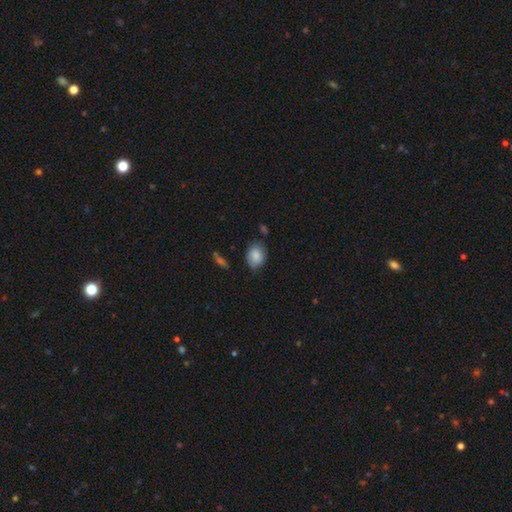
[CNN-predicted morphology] type=smooth (84%); roundness=in between (58%); merging=none (65%).